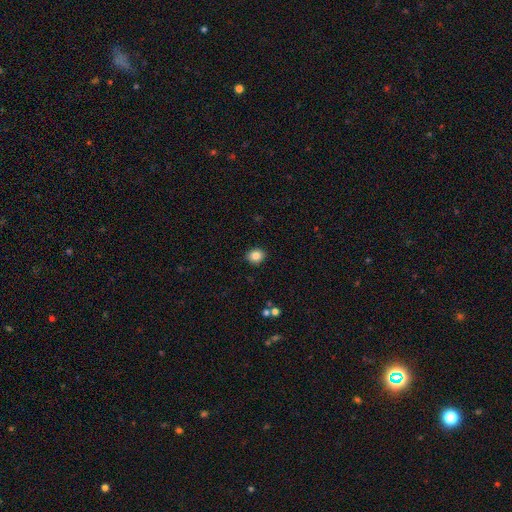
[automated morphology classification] Q: Smooth or featured?
A: smooth (85%); runner-up: star or artifact (10%)
Q: How rounded?
A: round (70%); runner-up: in between (29%)
Q: Merging?
A: none (90%); runner-up: minor disturbance (7%)